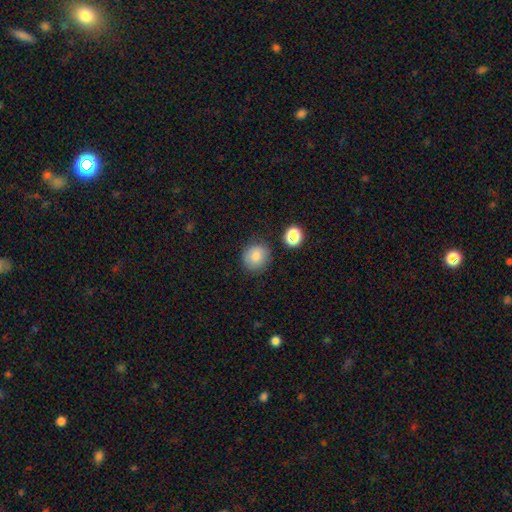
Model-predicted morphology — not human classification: A smooth galaxy with no disk features (83%) that is round (85%). Merging: none (82%).